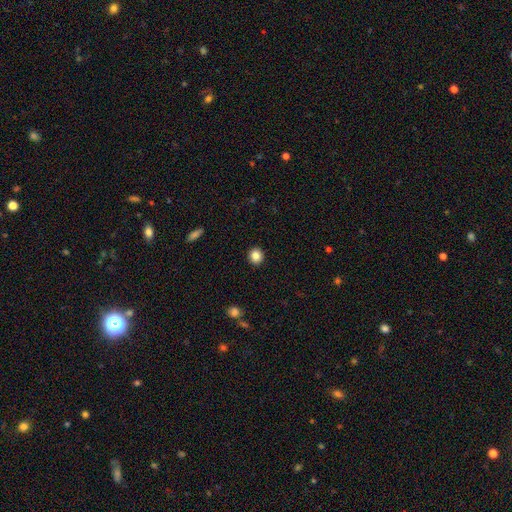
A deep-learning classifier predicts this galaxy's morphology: type=smooth (85%); roundness=round (84%); merging=none (92%).